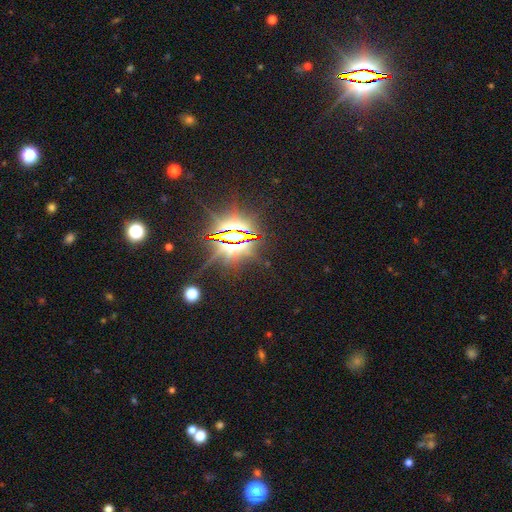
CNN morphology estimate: smooth_or_featured: star or artifact (p=0.83) [alt: featured or disk p=0.10]